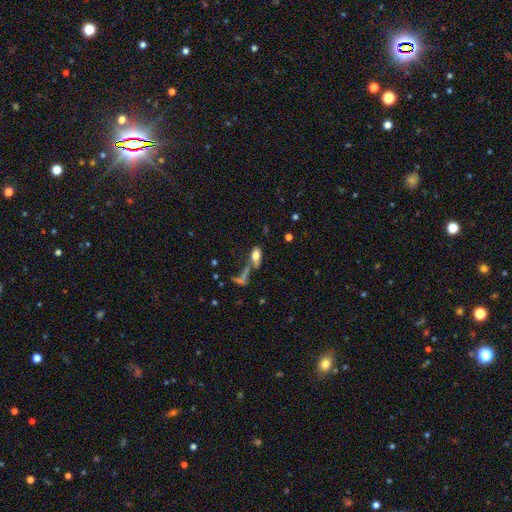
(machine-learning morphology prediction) Smooth or featured? Predicted: smooth (p=0.68). How rounded? Predicted: in between (p=0.82). Merging? Predicted: none (p=0.36).